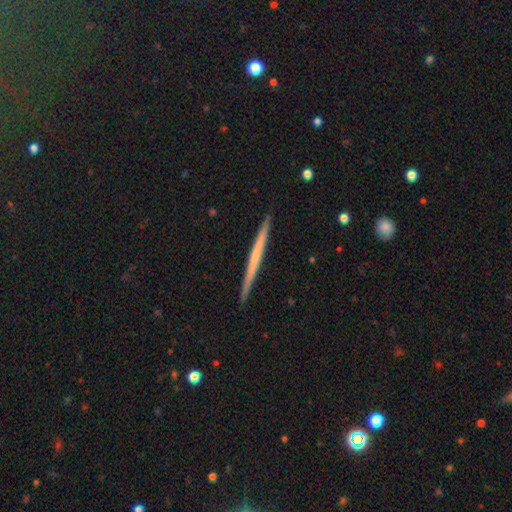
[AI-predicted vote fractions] A featured or disk galaxy (55%) viewed edge-on (98%) with no central bulge (86%). Merging: none (92%).